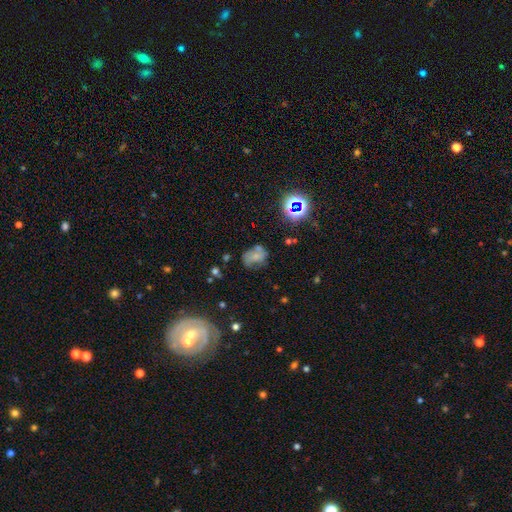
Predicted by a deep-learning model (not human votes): The model was most divided on "smooth or featured": smooth: 44%, featured or disk: 38%, star or artifact: 18%. More confident: merging — none (54%).